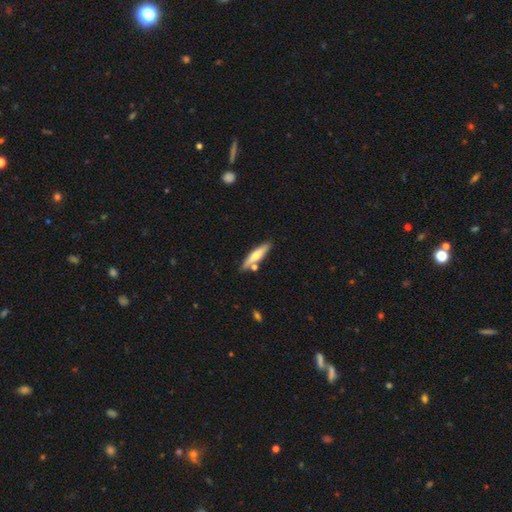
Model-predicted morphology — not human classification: This appears to be a smooth galaxy with no disk features (56%) that is cigar-shaped (82%). Merging: none (76%).